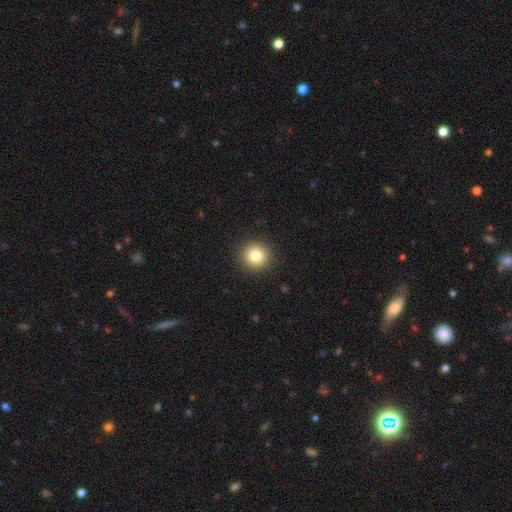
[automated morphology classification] Smooth or featured? Predicted: smooth (p=0.81). How rounded? Predicted: round (p=0.92). Merging? Predicted: none (p=0.92).